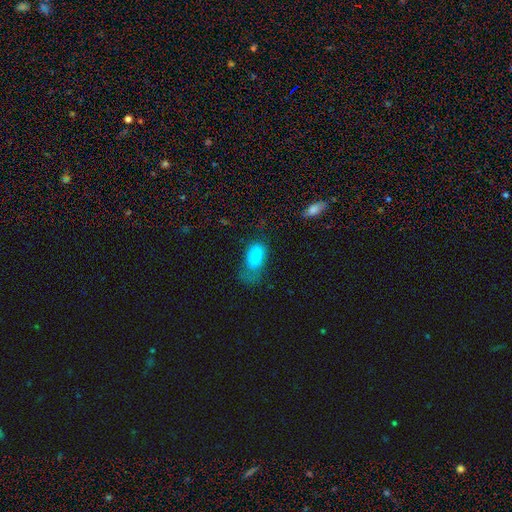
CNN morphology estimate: A smooth galaxy with no disk features (78%) that is in between round and cigar-shaped (89%). Merging: major disturbance (37%).